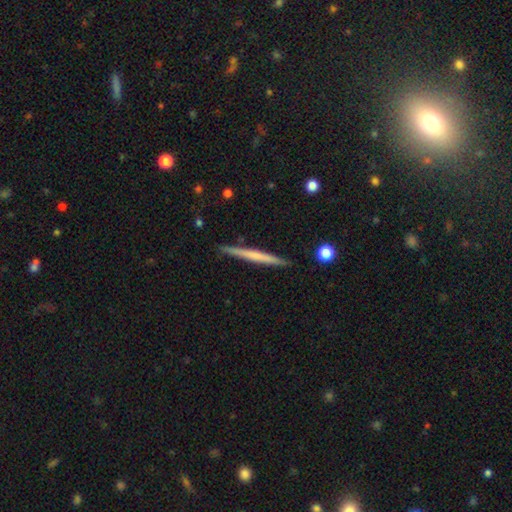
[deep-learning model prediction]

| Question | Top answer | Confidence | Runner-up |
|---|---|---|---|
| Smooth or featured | smooth | 48% | featured or disk (46%) |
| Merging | none | 91% | minor disturbance (7%) |